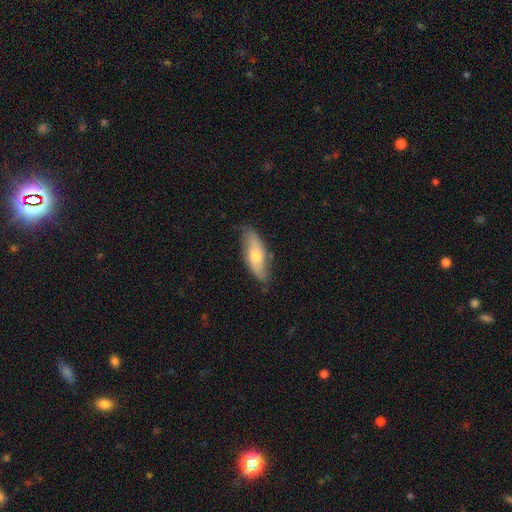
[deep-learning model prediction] Morphology: type=smooth (51%); roundness=in between (63%); merging=none (71%).